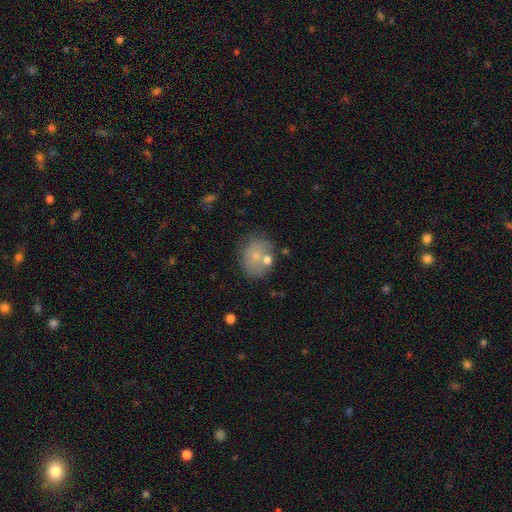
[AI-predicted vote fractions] smooth 65%, featured or disk 23%, star or artifact 12%. Down the decision tree: how rounded — round (53%); merging — none (59%).